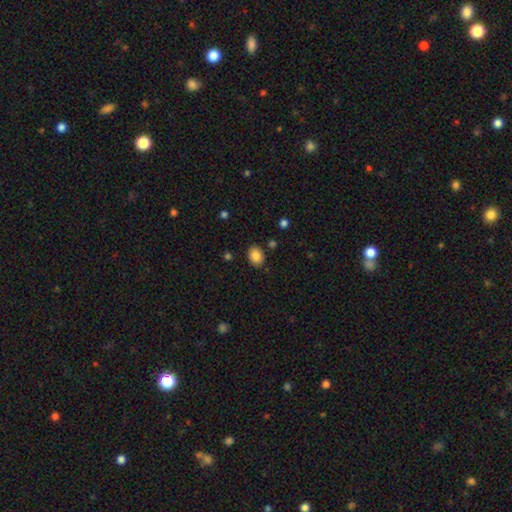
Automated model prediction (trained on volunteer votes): Smooth or featured? smooth (87%)
How rounded? in between (67%)
Merging? none (84%)